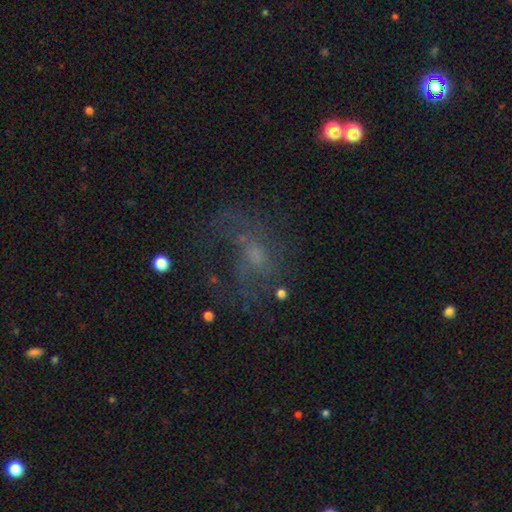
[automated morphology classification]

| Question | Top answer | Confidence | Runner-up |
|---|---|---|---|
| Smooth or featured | featured or disk | 58% | smooth (24%) |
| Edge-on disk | no | 97% | yes (3%) |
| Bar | no | 69% | weak (27%) |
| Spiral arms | yes | 63% | no (37%) |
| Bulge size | small | 38% | moderate (28%) |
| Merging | none | 46% | major disturbance (32%) |